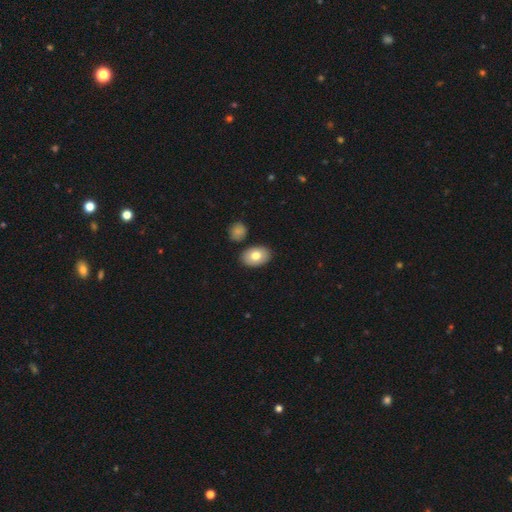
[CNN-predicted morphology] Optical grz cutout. It shows a smooth galaxy with no disk features (78%) that is in between round and cigar-shaped (88%). Merging: none (84%).